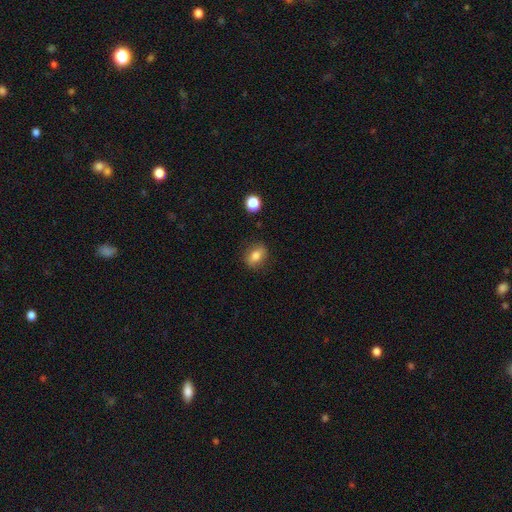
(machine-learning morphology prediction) The model was most divided on "how rounded": in between: 63%, round: 34%, cigar-shaped: 2%. More confident: merging — none (83%); smooth or featured — smooth (78%).